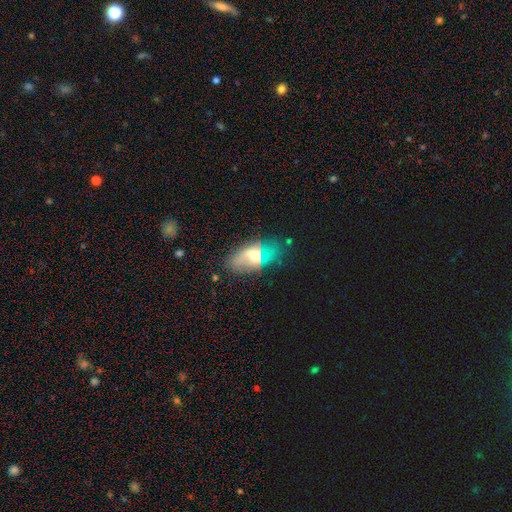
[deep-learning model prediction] This appears to be a smooth galaxy with no disk features (45%). Merging: none (60%).